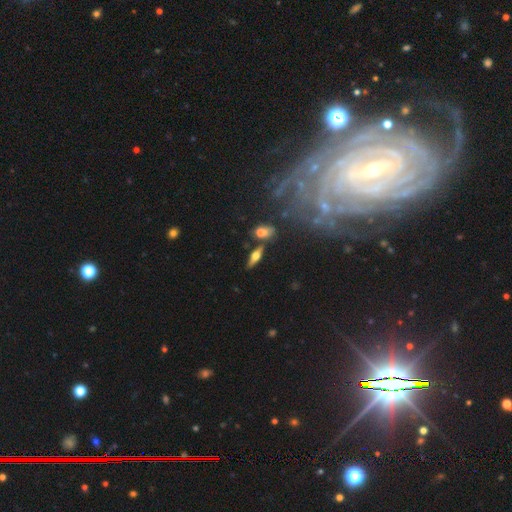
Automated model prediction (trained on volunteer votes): Overall: featured or disk (57%; smooth 34%). Edge-on disk: yes (91%). Edge-on bulge: rounded (93%). Merging: none (74%).